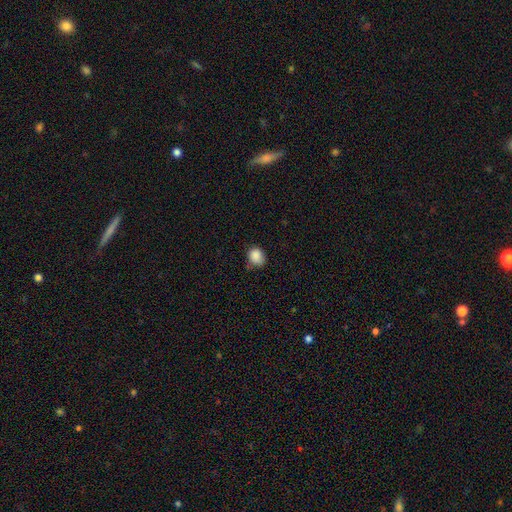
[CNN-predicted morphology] smooth_or_featured: smooth (p=0.87) [alt: star or artifact p=0.10]
how_rounded: round (p=0.62) [alt: in between p=0.37]
merging: none (p=0.63) [alt: minor disturbance p=0.28]